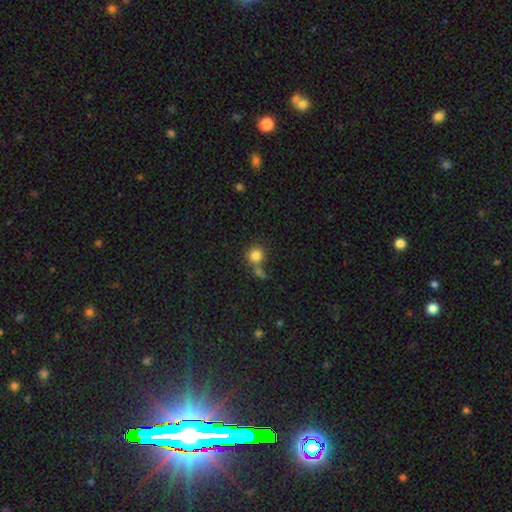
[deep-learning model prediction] Smooth or featured? Predicted: smooth (p=0.82). How rounded? Predicted: round (p=0.88). Merging? Predicted: none (p=0.50).